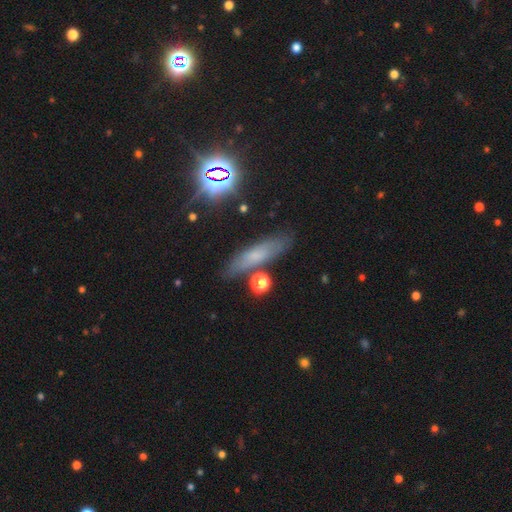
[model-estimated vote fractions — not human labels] Smooth or featured? Predicted: smooth (p=0.58). How rounded? Predicted: cigar-shaped (p=0.65). Merging? Predicted: none (p=0.79).